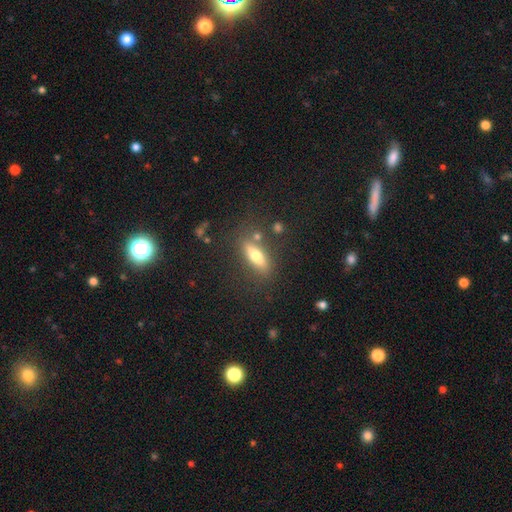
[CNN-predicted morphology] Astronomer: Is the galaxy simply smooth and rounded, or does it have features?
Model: smooth — 61%.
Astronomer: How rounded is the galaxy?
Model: in between — 48%, tied with cigar-shaped at 48%.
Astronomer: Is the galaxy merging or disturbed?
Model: none — 77%.